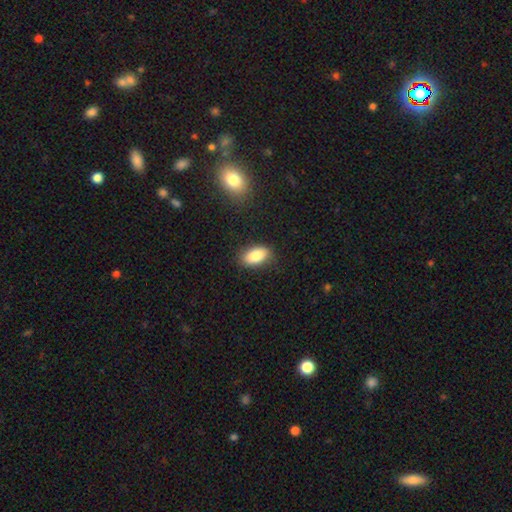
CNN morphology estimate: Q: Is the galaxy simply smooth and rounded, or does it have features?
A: smooth — 84%.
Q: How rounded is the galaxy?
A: in between — 91%.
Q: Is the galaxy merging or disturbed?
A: none — 85%.